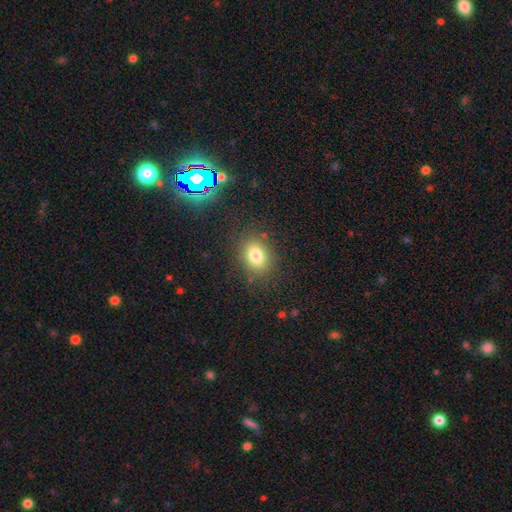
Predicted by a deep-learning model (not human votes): Smooth or featured? smooth (79%)
How rounded? in between (61%)
Merging? none (83%)